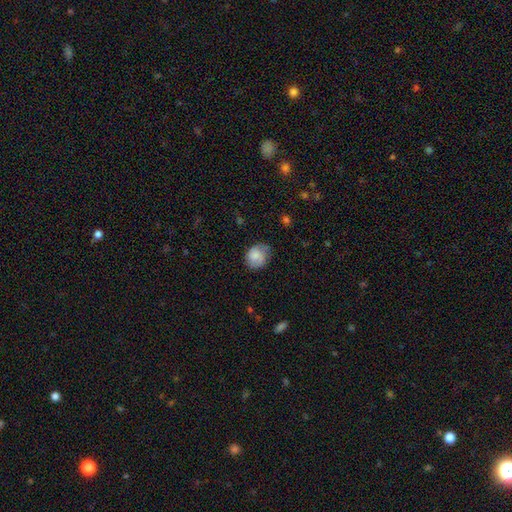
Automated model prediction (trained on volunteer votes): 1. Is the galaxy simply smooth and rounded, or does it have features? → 73% smooth, 19% featured or disk, 8% star or artifact.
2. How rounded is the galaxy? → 69% round, 30% in between, 1% cigar-shaped.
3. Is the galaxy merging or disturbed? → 64% none, 27% minor disturbance, 8% major disturbance, 1% merger.